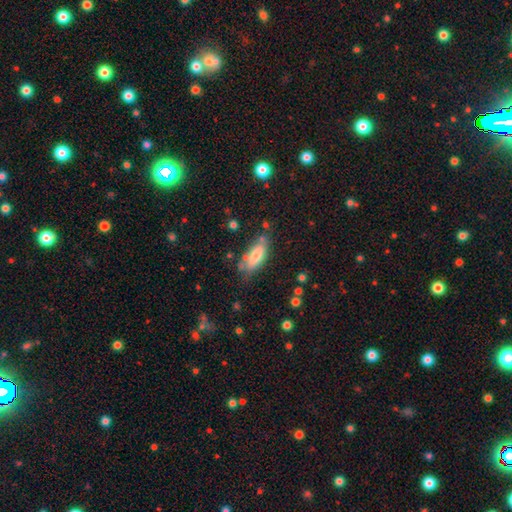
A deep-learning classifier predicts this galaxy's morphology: smooth 69%, featured or disk 23%, star or artifact 9%. Down the decision tree: how rounded — in between (68%); merging — none (68%).